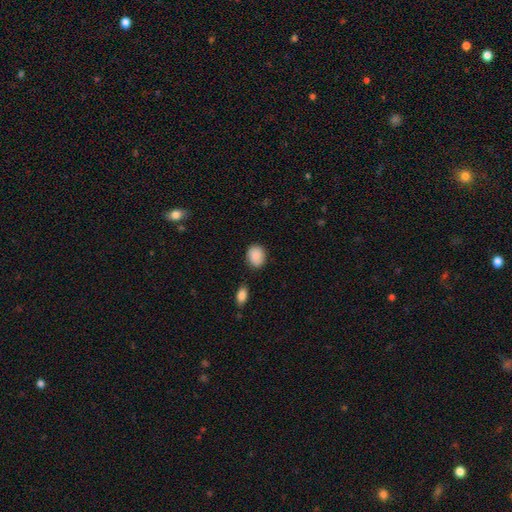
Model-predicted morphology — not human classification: smooth_or_featured: smooth (p=0.89) [alt: star or artifact p=0.07]
how_rounded: in between (p=0.50) [alt: round p=0.49]
merging: none (p=0.80) [alt: minor disturbance p=0.14]